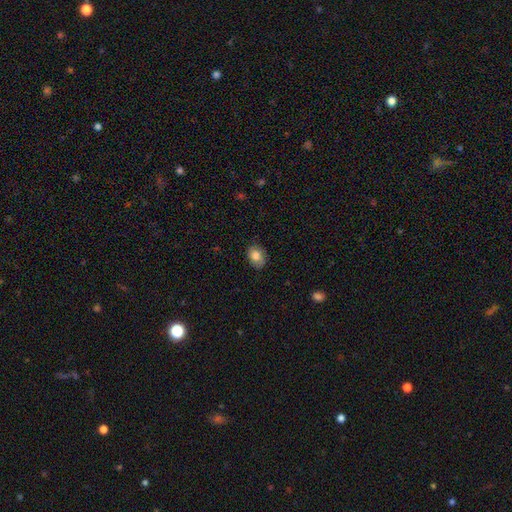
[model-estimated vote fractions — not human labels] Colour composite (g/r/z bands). It shows a smooth galaxy with no disk features (82%) that is in between round and cigar-shaped (75%). Merging: none (80%).